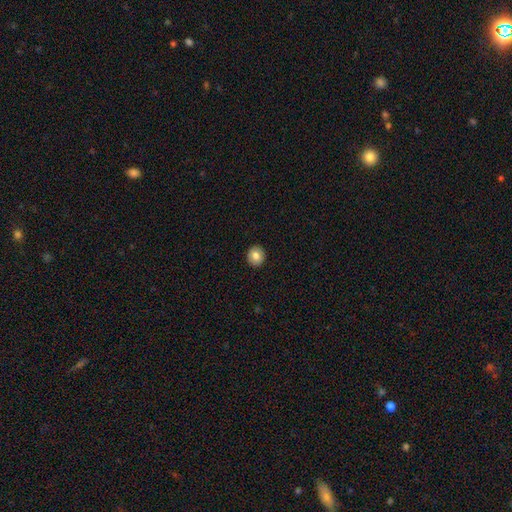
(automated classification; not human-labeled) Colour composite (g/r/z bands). It shows a smooth galaxy with no disk features (81%) that is round (86%). Merging: none (93%).